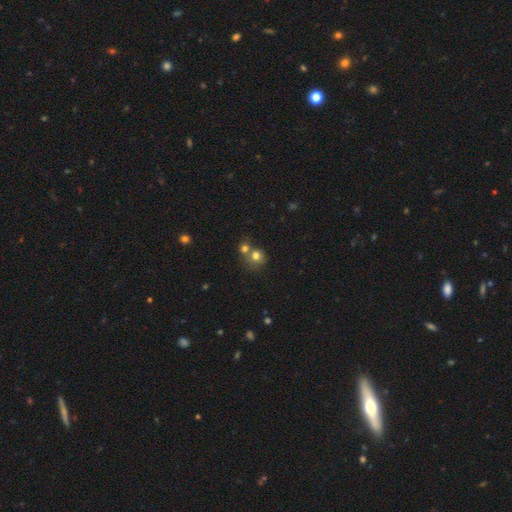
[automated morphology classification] This appears to be a smooth galaxy with no disk features (75%) that is round (82%). Merging: merger (49%).